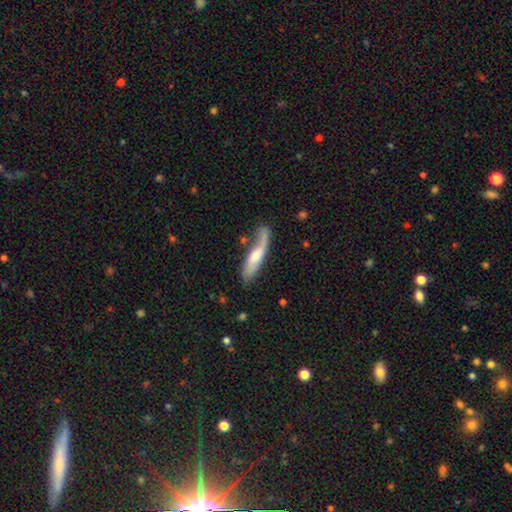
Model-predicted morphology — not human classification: A featured or disk galaxy (48%). Merging: none (51%).